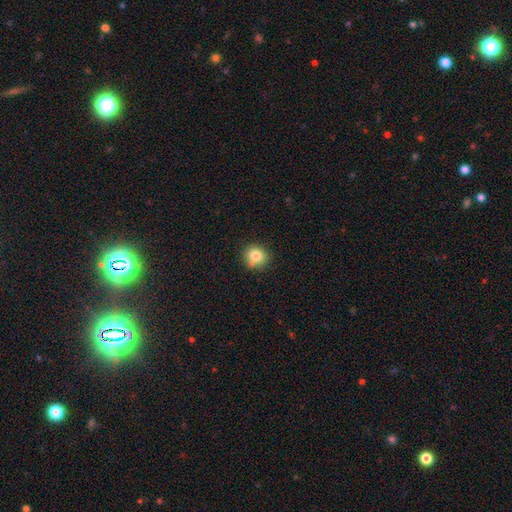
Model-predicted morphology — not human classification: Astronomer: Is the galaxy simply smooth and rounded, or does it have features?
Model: smooth — 81%.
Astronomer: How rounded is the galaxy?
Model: round — 84%.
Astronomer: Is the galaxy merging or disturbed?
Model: none — 72%.